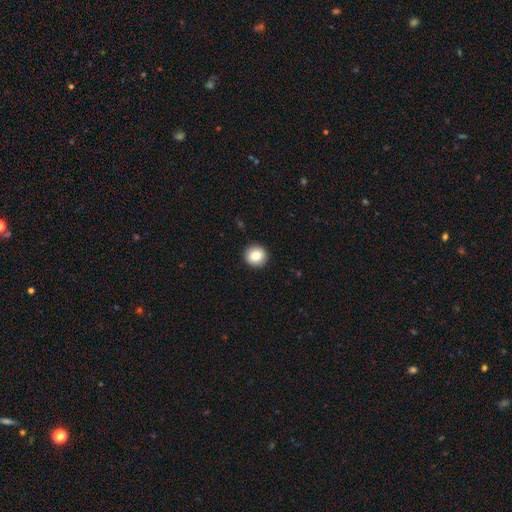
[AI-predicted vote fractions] smooth-or-featured: smooth: 83% | star or artifact: 8% | featured or disk: 8%
  how-rounded: round: 94% | in between: 5% | cigar-shaped: 1%
  merging: none: 92% | minor disturbance: 5% | major disturbance: 2% | merger: 1%